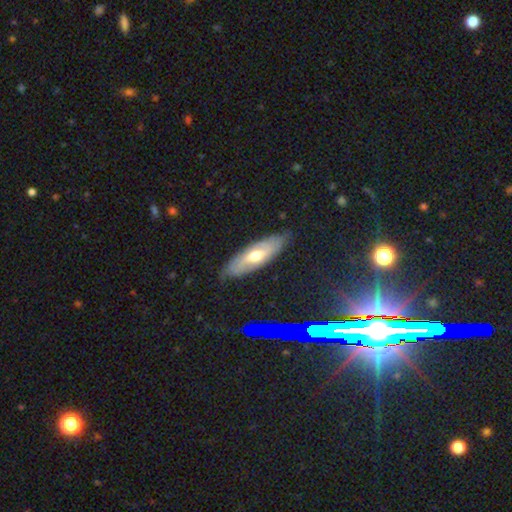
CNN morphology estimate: Smooth or featured? Predicted: featured or disk (p=0.61). Edge-on disk? Predicted: no (p=0.71). Merging? Predicted: none (p=0.79).